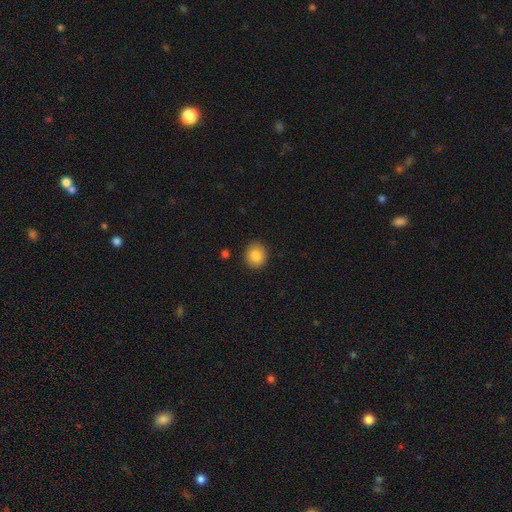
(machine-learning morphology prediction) smooth_or_featured: smooth (p=0.85) [alt: star or artifact p=0.09]
how_rounded: round (p=0.75) [alt: in between p=0.24]
merging: none (p=0.89) [alt: minor disturbance p=0.08]